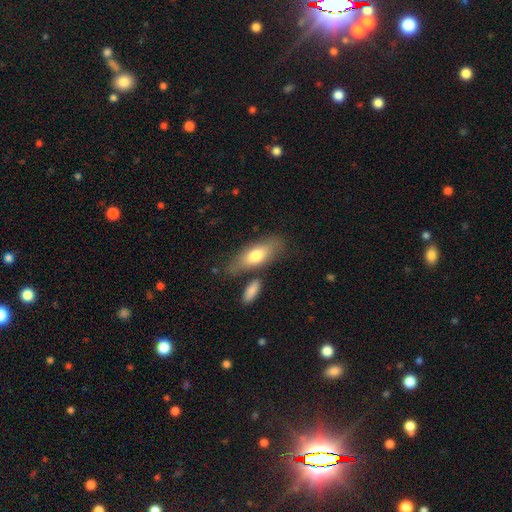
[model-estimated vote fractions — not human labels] smooth-or-featured: smooth: 72% | featured or disk: 22% | star or artifact: 6%
  how-rounded: in between: 69% | cigar-shaped: 29% | round: 3%
  merging: none: 69% | minor disturbance: 16% | merger: 11% | major disturbance: 5%